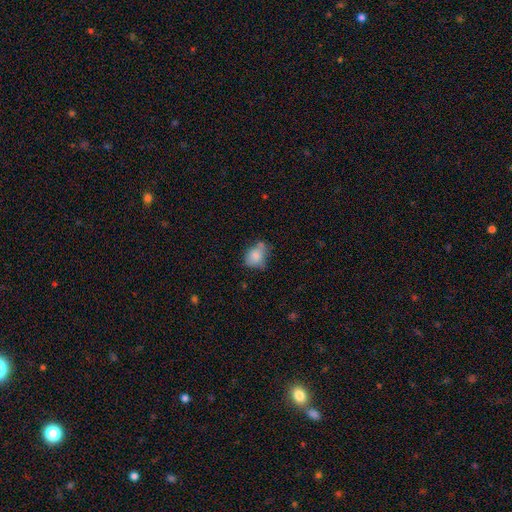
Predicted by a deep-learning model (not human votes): Overall: smooth (76%). How rounded: in between (63%; round 35%). Merging: none (43%; minor disturbance 32%).